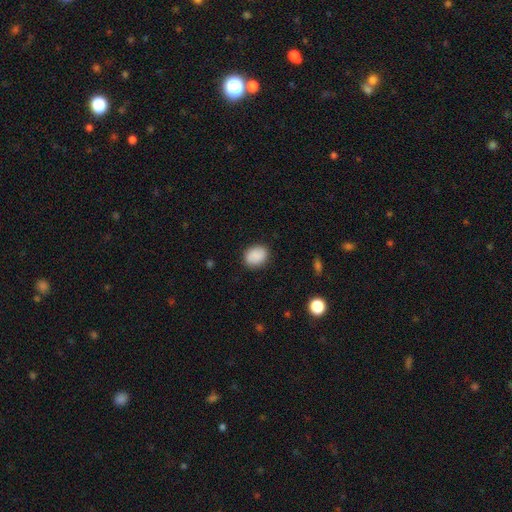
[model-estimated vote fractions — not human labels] Smooth or featured?
  - smooth: 87% *
  - star or artifact: 8%
  - featured or disk: 5%
How rounded?
  - in between: 56% *
  - round: 43%
  - cigar-shaped: 1%
Merging?
  - none: 86% *
  - minor disturbance: 11%
  - major disturbance: 3%
  - merger: 1%